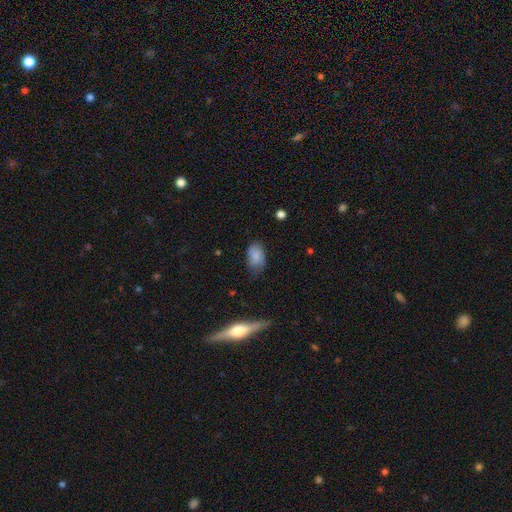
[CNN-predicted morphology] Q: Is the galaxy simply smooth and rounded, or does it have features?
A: smooth — 81%.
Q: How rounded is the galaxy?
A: in between — 91%.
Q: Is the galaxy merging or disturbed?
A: none — 60%.